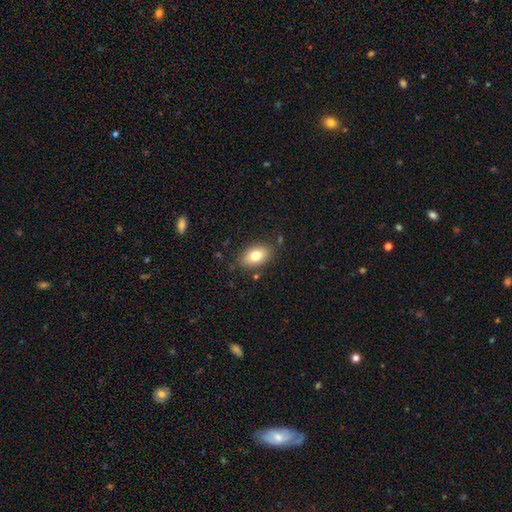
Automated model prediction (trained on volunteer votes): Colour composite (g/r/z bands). It shows a smooth galaxy with no disk features (78%) that is in between round and cigar-shaped (89%). Merging: none (82%).